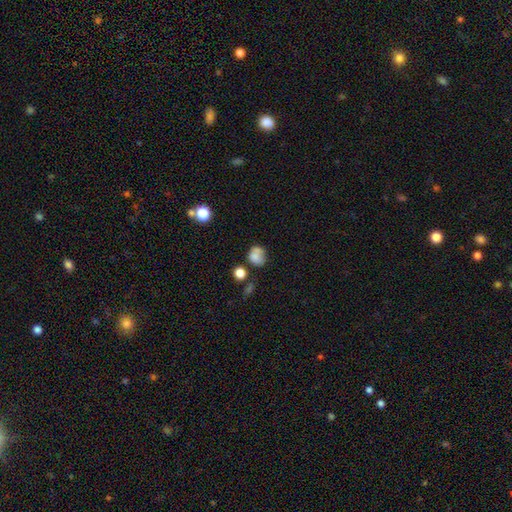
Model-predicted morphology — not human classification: This is likely a smooth galaxy (75%). How rounded: likely round (65%). Merging: marginally none (43%).